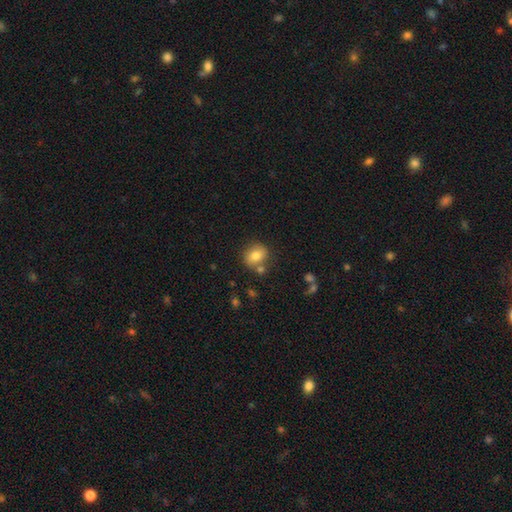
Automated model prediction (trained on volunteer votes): Smooth or featured?
  - smooth: 77% *
  - featured or disk: 14%
  - star or artifact: 10%
How rounded?
  - round: 63% *
  - in between: 36%
  - cigar-shaped: 1%
Merging?
  - none: 71% *
  - minor disturbance: 13%
  - merger: 13%
  - major disturbance: 4%